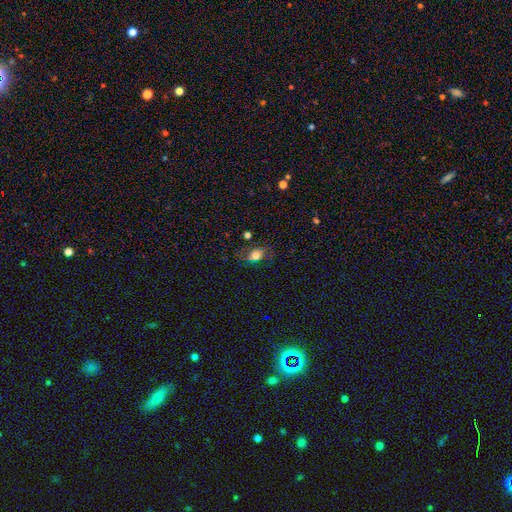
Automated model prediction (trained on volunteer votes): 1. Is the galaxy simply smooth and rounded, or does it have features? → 74% smooth, 15% featured or disk, 12% star or artifact.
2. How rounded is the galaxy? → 72% in between, 26% round, 2% cigar-shaped.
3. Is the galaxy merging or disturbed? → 67% none, 21% minor disturbance, 9% major disturbance, 3% merger.